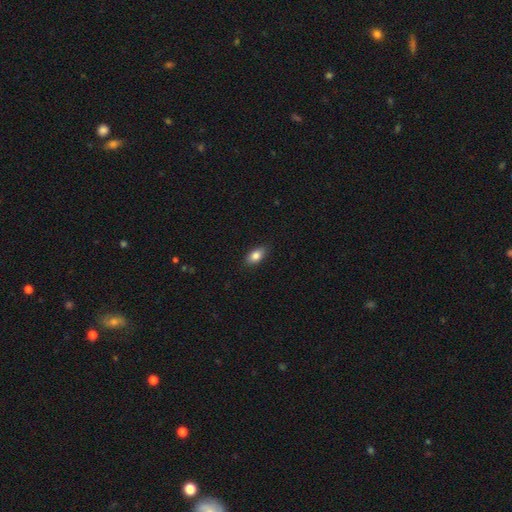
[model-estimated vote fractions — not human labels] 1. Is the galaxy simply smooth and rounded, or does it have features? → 84% smooth, 8% featured or disk, 8% star or artifact.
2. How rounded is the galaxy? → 89% in between, 7% round, 4% cigar-shaped.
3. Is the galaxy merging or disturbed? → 87% none, 10% minor disturbance, 2% major disturbance, 1% merger.